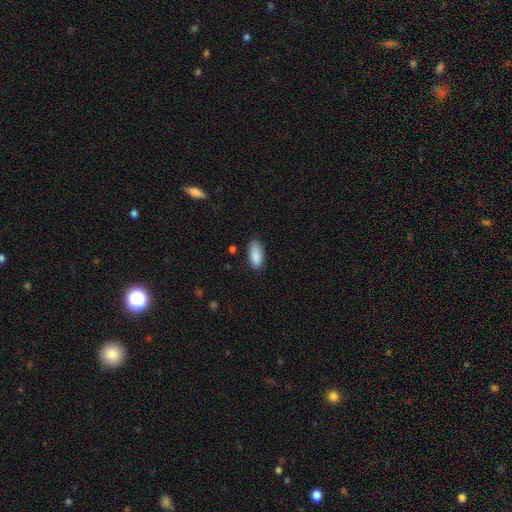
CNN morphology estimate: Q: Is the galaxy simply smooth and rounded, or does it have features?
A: smooth — 90%.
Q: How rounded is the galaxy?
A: in between — 86%.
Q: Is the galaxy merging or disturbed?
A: none — 82%.